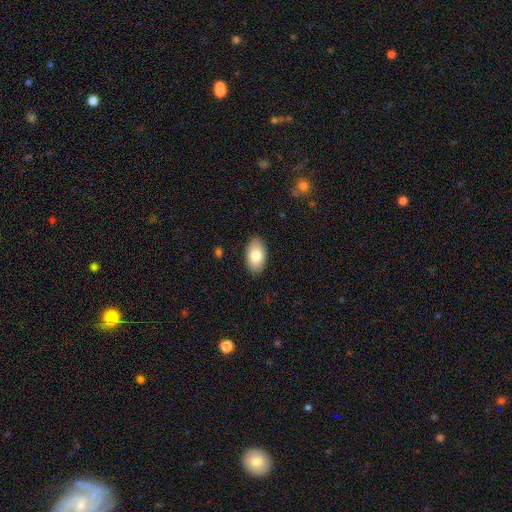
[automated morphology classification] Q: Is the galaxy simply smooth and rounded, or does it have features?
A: smooth — 80%.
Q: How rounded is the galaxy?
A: in between — 94%.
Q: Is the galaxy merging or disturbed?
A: none — 88%.